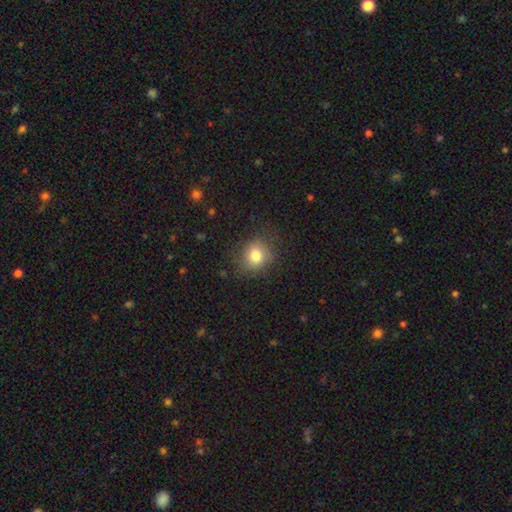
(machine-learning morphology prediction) Smooth or featured? Predicted: smooth (p=0.79). How rounded? Predicted: round (p=0.72). Merging? Predicted: none (p=0.76).